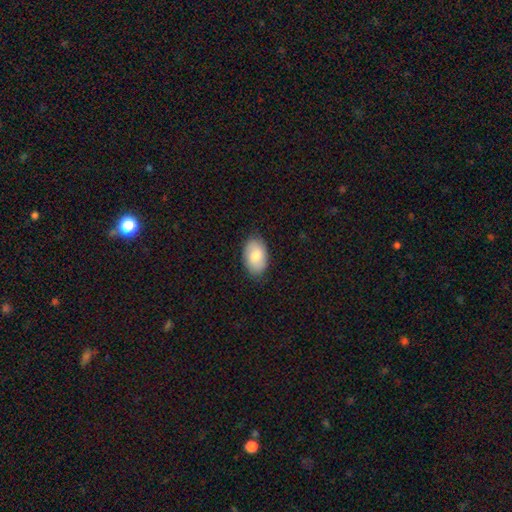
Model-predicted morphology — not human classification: This is clearly a smooth galaxy (80%). How rounded: clearly in between (92%). Merging: clearly none (84%).